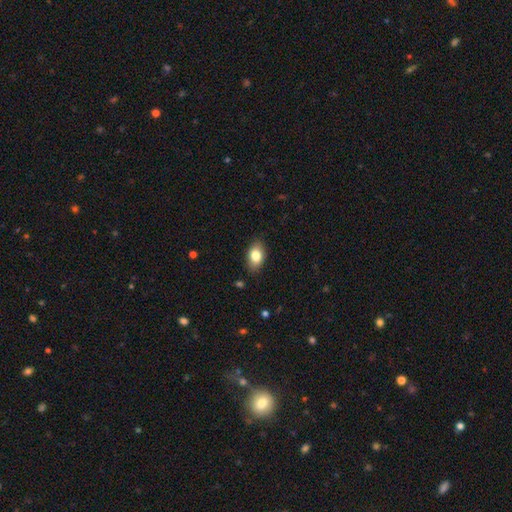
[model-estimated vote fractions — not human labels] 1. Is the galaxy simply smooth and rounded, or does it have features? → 81% smooth, 11% featured or disk, 8% star or artifact.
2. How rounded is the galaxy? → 88% in between, 11% round, 2% cigar-shaped.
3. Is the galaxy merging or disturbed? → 86% none, 11% minor disturbance, 2% major disturbance, 1% merger.